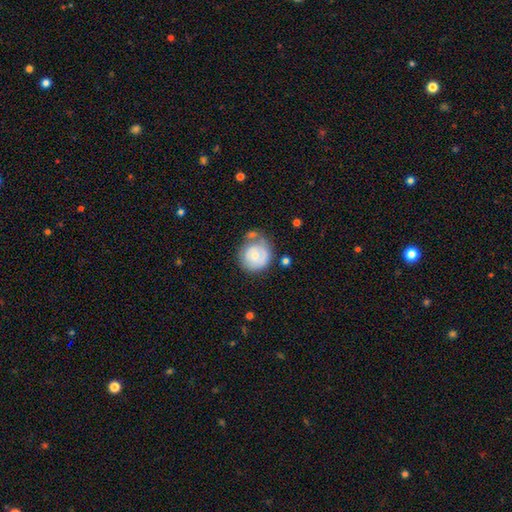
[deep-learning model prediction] This appears to be a smooth galaxy with no disk features (51%) that is round (86%). Merging: none (49%).